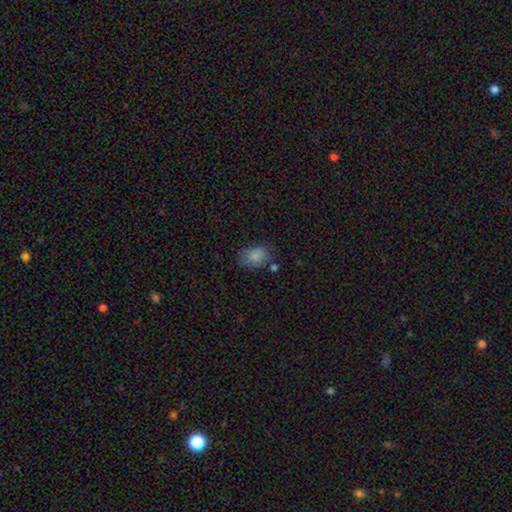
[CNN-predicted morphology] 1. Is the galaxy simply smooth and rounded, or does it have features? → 84% smooth, 9% star or artifact, 6% featured or disk.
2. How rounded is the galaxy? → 78% in between, 21% round, 1% cigar-shaped.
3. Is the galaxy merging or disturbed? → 66% none, 22% minor disturbance, 7% major disturbance, 5% merger.